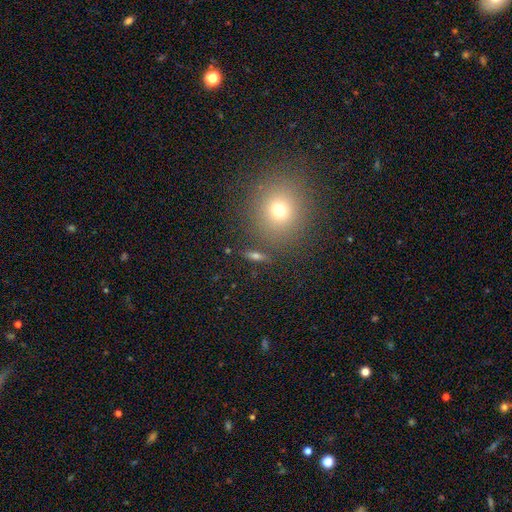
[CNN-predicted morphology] Q: Smooth or featured?
A: smooth (52%); runner-up: featured or disk (26%)
Q: How rounded?
A: in between (36%); runner-up: cigar-shaped (33%)
Q: Merging?
A: none (84%); runner-up: minor disturbance (8%)